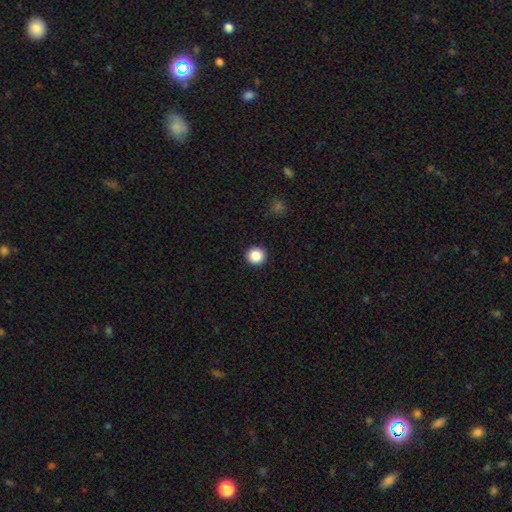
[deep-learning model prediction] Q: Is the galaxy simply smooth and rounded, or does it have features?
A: smooth — 87%.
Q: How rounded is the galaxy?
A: round — 95%.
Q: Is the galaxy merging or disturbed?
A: none — 93%.